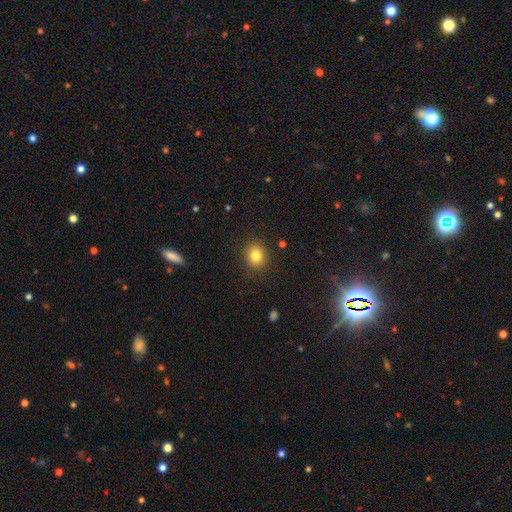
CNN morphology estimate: Smooth or featured?
  - smooth: 82% *
  - star or artifact: 11%
  - featured or disk: 7%
How rounded?
  - round: 69% *
  - in between: 31%
  - cigar-shaped: 1%
Merging?
  - none: 89% *
  - minor disturbance: 8%
  - major disturbance: 2%
  - merger: 1%